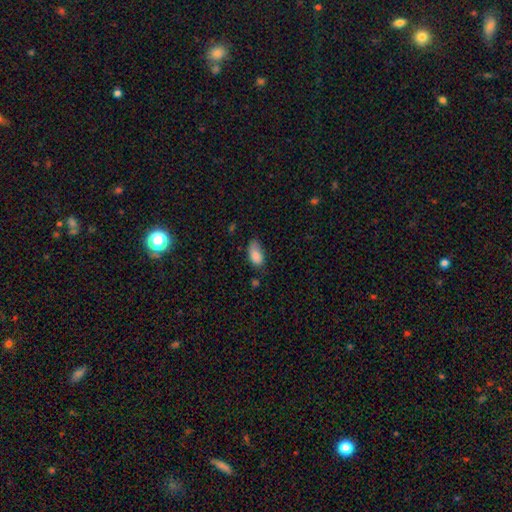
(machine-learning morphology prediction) This is clearly a smooth galaxy (86%). How rounded: clearly in between (92%). Merging: possibly none (51%).